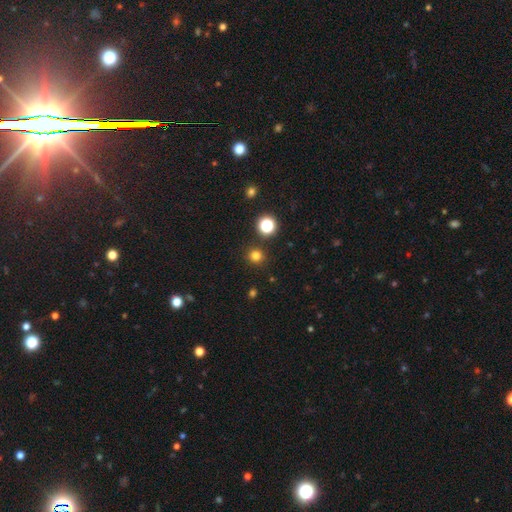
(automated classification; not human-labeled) Morphology: type=smooth (78%); roundness=round (92%); merging=none (90%).